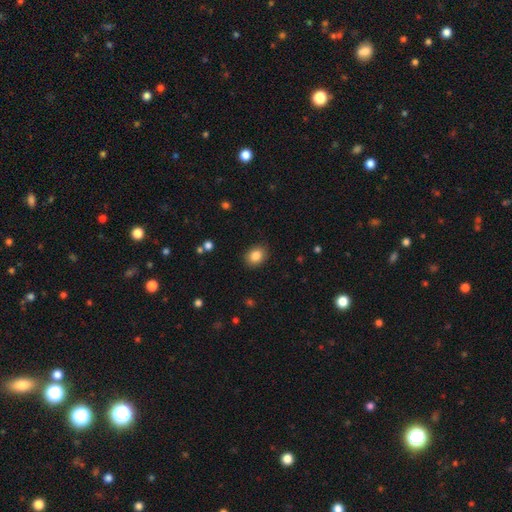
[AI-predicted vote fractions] A smooth galaxy with no disk features (85%) that is in between round and cigar-shaped (55%).

Vote fractions:
- Smooth or featured? smooth: 85% / star or artifact: 9% / featured or disk: 6%
- How rounded? in between: 55% / round: 45% / cigar-shaped: 1%
- Merging? none: 89% / minor disturbance: 8% / major disturbance: 2% / merger: 1%